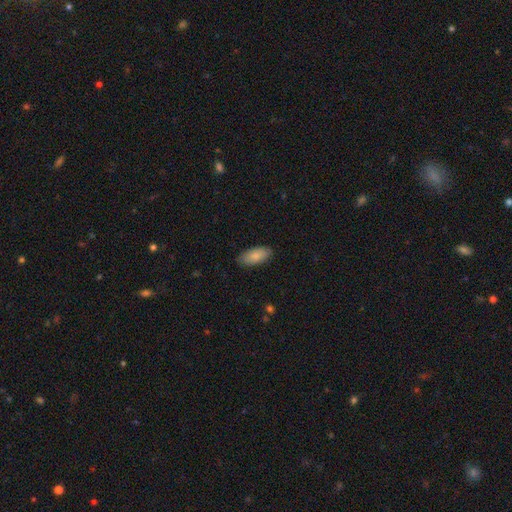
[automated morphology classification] Overall: smooth (85%). How rounded: in between (87%). Merging: none (87%).